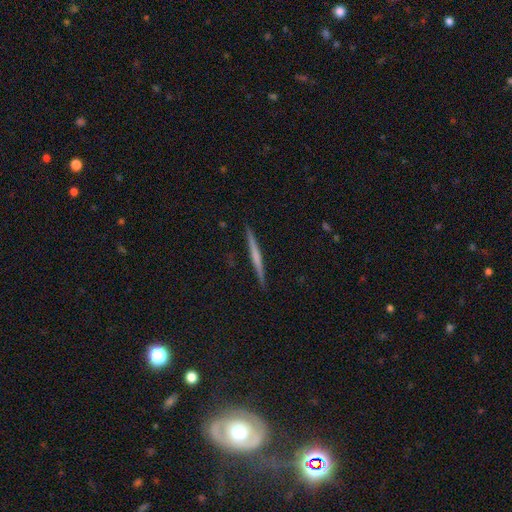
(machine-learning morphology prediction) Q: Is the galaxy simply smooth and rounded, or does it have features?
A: featured or disk — 55%.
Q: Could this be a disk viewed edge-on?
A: yes — 98%.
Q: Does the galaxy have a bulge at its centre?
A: none — 69%.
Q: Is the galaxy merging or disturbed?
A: none — 92%.